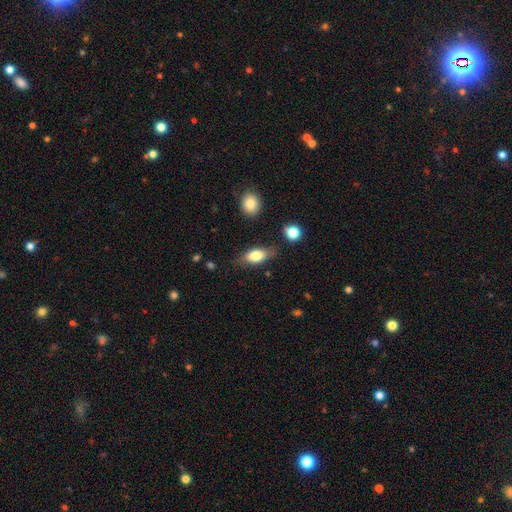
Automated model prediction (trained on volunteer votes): This is likely a smooth galaxy (78%). How rounded: clearly in between (85%). Merging: likely none (76%).